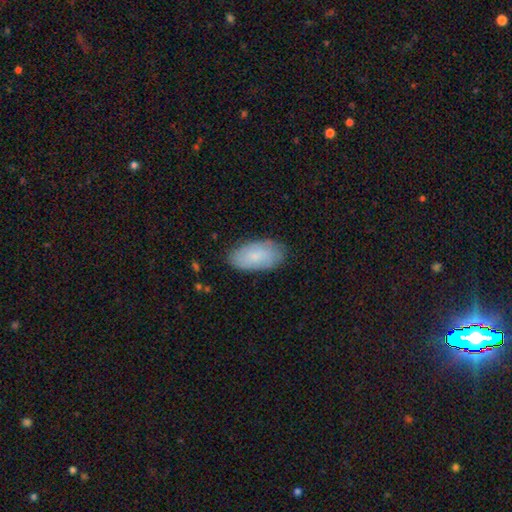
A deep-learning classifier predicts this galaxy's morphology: smooth_or_featured: smooth (p=0.71) [alt: featured or disk p=0.23]
how_rounded: in between (p=0.94) [alt: cigar-shaped p=0.03]
merging: none (p=0.80) [alt: minor disturbance p=0.16]